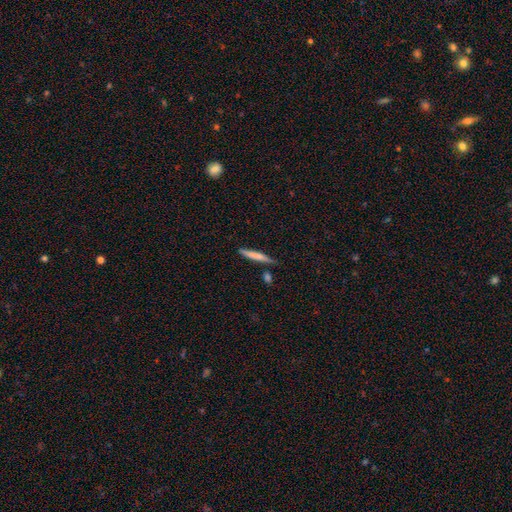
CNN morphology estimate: Smooth or featured?
  - smooth: 70% *
  - featured or disk: 25%
  - star or artifact: 5%
How rounded?
  - cigar-shaped: 94% *
  - in between: 5%
  - round: 1%
Merging?
  - none: 76% *
  - minor disturbance: 15%
  - merger: 7%
  - major disturbance: 3%